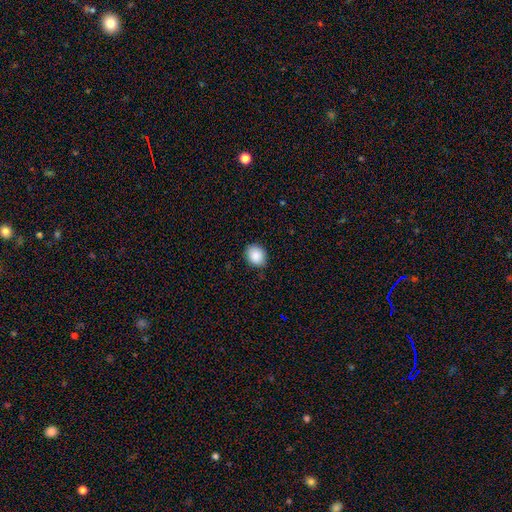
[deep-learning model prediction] A smooth galaxy with no disk features (89%) that is round (60%).

Vote fractions:
- Smooth or featured? smooth: 89% / star or artifact: 8% / featured or disk: 4%
- How rounded? round: 60% / in between: 39% / cigar-shaped: 1%
- Merging? none: 84% / minor disturbance: 12% / major disturbance: 2% / merger: 1%